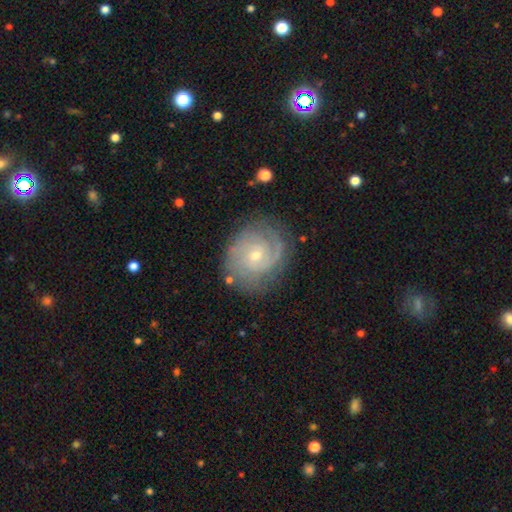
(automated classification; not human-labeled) smooth_or_featured: featured or disk (p=0.83) [alt: smooth p=0.11]
disk_edge_on: no (p=0.97) [alt: yes p=0.03]
bar: no (p=0.67) [alt: weak p=0.28]
has_spiral_arms: yes (p=0.95) [alt: no p=0.05]
spiral_winding: tight (p=0.68) [alt: medium p=0.26]
spiral_arm_count: 2 (p=0.31) [alt: can't tell p=0.29]
bulge_size: small (p=0.67) [alt: moderate p=0.31]
merging: none (p=0.77) [alt: minor disturbance p=0.16]